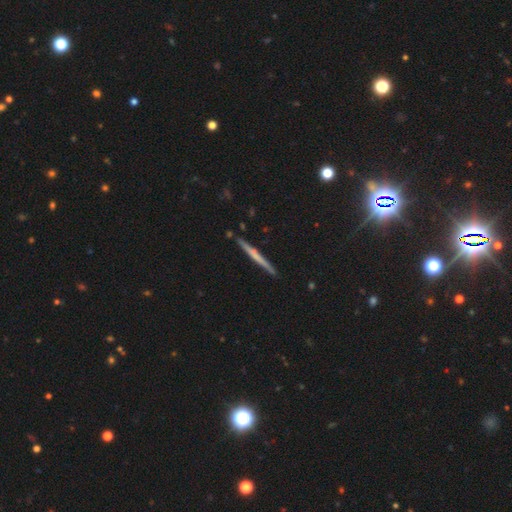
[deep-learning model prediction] smooth-or-featured: featured or disk: 50% | smooth: 45% | star or artifact: 5%
  merging: none: 90% | minor disturbance: 7% | merger: 2% | major disturbance: 1%